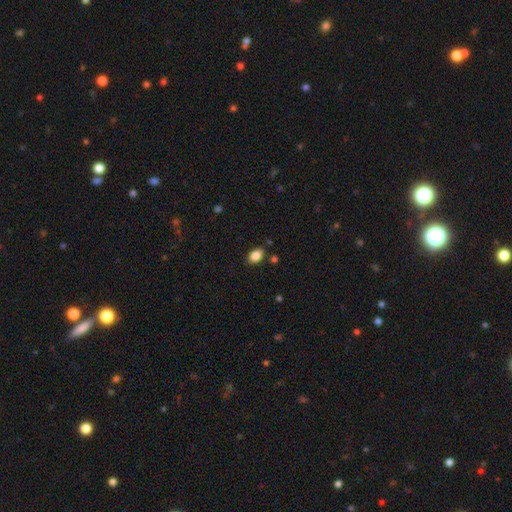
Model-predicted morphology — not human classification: Smooth or featured? smooth (87%)
How rounded? in between (85%)
Merging? none (85%)